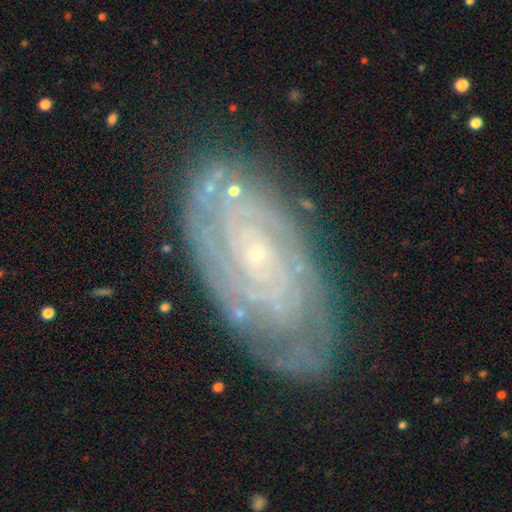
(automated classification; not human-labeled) The model was most divided on "spiral arm count": can't tell: 46%, 2: 17%, 4: 12%, 3: 11%, more than 4: 9%, 1: 6%. More confident: edge-on disk — no (93%); spiral arms — yes (91%); bulge size — small (86%); smooth or featured — featured or disk (81%); spiral winding — tight (78%); merging — none (78%); bar — no (75%).